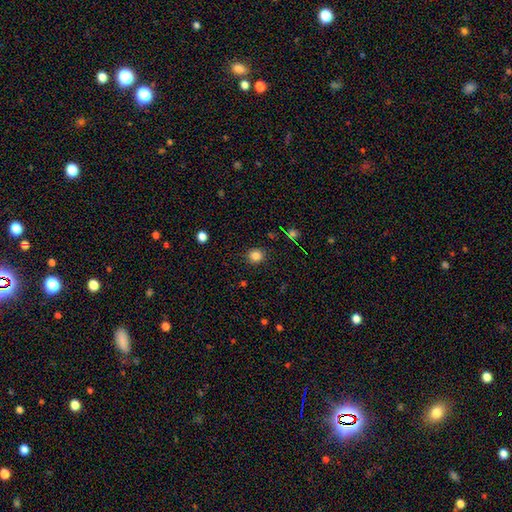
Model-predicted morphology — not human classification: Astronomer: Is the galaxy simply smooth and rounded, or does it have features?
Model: smooth — 84%.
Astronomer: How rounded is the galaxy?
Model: round — 81%.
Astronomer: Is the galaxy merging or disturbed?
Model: none — 89%.